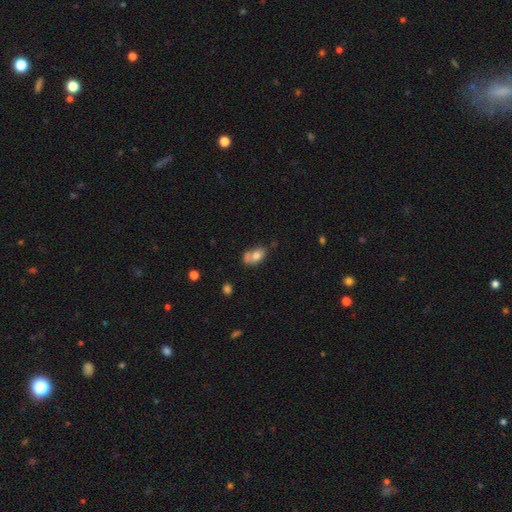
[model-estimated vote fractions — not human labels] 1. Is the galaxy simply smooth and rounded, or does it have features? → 72% smooth, 19% featured or disk, 9% star or artifact.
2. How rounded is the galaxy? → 85% in between, 13% round, 3% cigar-shaped.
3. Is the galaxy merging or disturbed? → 38% none, 28% merger, 23% minor disturbance, 11% major disturbance.